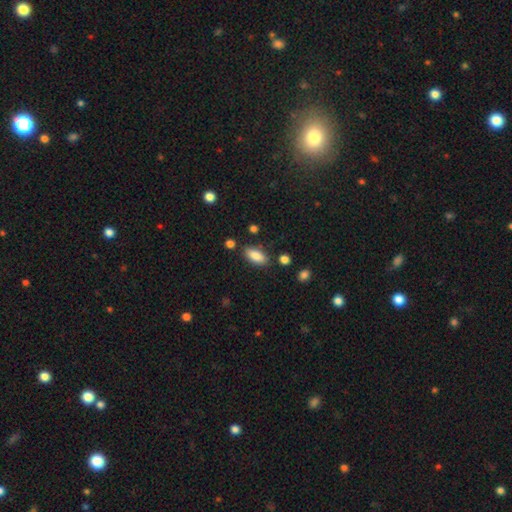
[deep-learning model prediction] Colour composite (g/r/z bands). It shows a smooth galaxy with no disk features (85%) that is in between round and cigar-shaped (86%). Merging: none (82%).